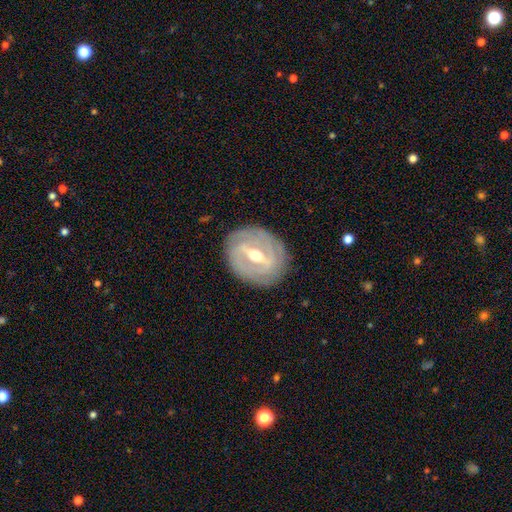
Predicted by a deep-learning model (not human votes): This appears to be a featured or disk galaxy (84%) with a strong bar (59%), 2 (38%) tight (72%) spiral arms (79%) and a moderate central bulge (72%). Merging: none (84%).